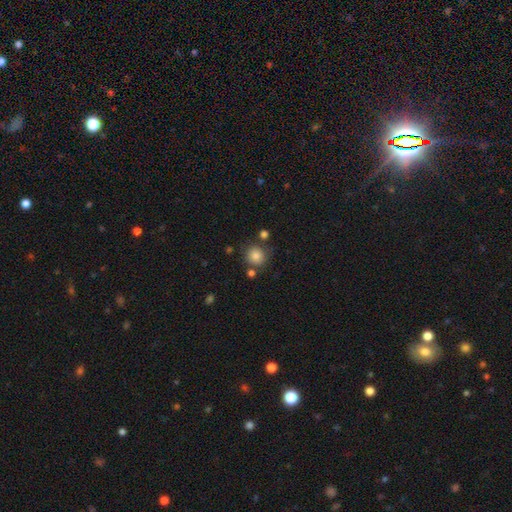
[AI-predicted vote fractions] Q: Smooth or featured?
A: smooth (83%); runner-up: star or artifact (11%)
Q: How rounded?
A: round (91%); runner-up: in between (8%)
Q: Merging?
A: none (77%); runner-up: minor disturbance (11%)